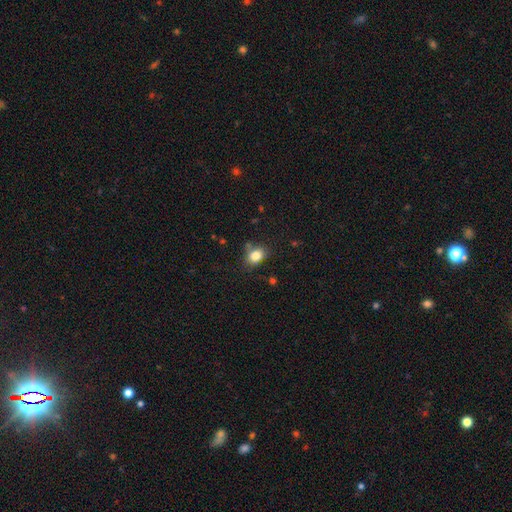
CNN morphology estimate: type=smooth (83%); roundness=in between (53%); merging=none (70%).